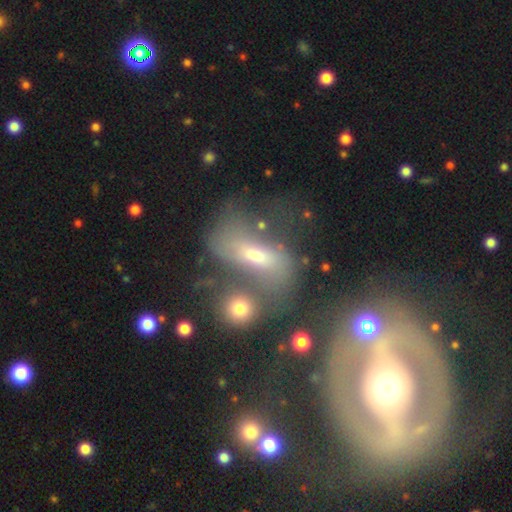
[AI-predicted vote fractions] A featured or disk galaxy (43%, tied with smooth).

Vote fractions:
- Smooth or featured? featured or disk: 43% (tied) / smooth: 43% (tied) / star or artifact: 14%
- Merging? merger: 39% / none: 25% / major disturbance: 21% / minor disturbance: 15%